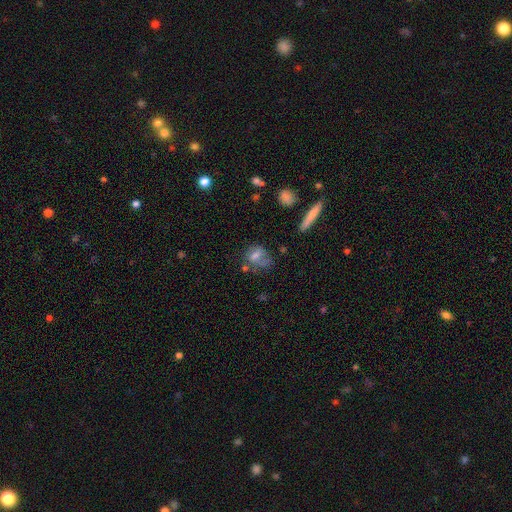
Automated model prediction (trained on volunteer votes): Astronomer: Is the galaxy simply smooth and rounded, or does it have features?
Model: smooth — 52% (runner-up: featured or disk, 37%).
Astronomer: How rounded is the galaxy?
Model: in between — 58% (runner-up: round, 38%).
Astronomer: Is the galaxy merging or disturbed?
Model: none — 41% (runner-up: minor disturbance, 25%).